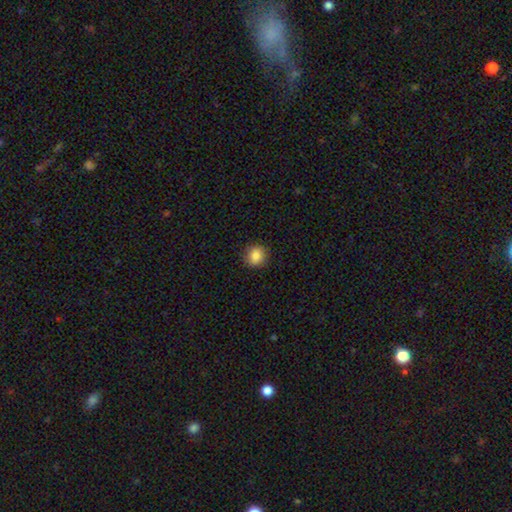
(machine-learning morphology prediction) Smooth or featured?
  - smooth: 84% *
  - star or artifact: 9%
  - featured or disk: 7%
How rounded?
  - round: 85% *
  - in between: 14%
  - cigar-shaped: 1%
Merging?
  - none: 89% *
  - minor disturbance: 8%
  - major disturbance: 2%
  - merger: 1%